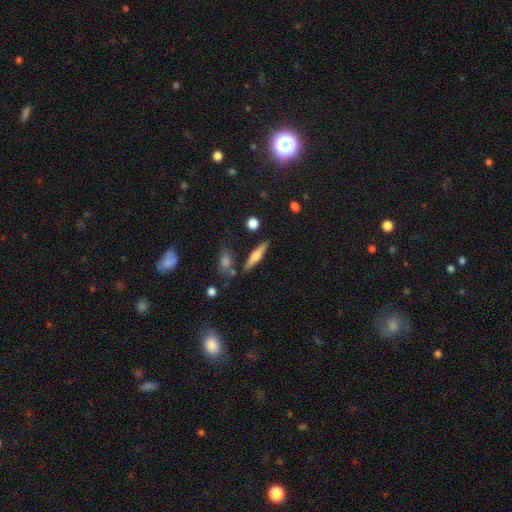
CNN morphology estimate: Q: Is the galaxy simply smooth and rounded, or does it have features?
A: featured or disk — 53%.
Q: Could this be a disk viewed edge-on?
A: yes — 95%.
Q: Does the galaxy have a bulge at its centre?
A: rounded — 86%.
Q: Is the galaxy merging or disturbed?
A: none — 80%.